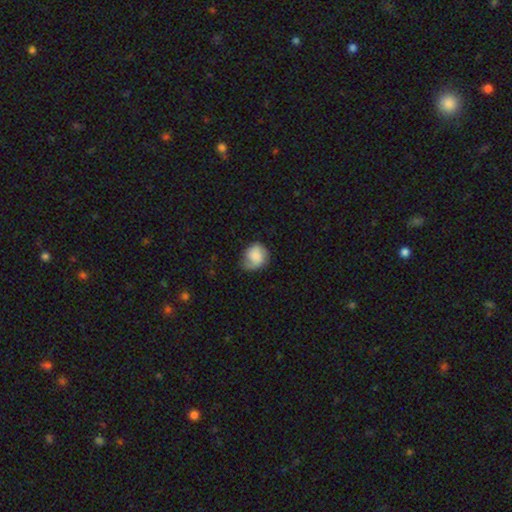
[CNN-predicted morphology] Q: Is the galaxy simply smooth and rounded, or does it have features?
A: smooth — 62%.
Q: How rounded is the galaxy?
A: round — 67%.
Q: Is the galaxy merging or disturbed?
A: none — 51%.